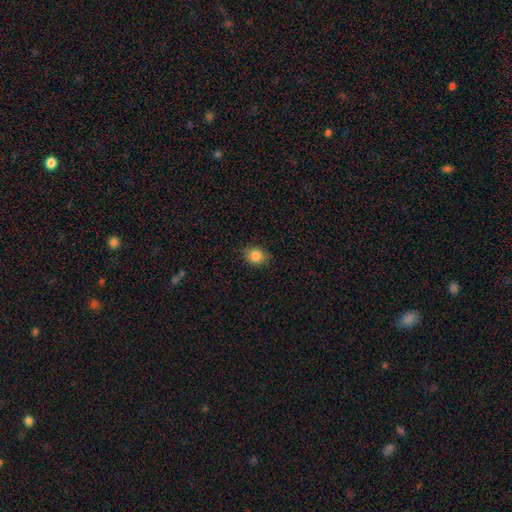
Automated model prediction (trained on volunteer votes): This appears to be a smooth galaxy with no disk features (85%) that is round (70%). Merging: none (84%).